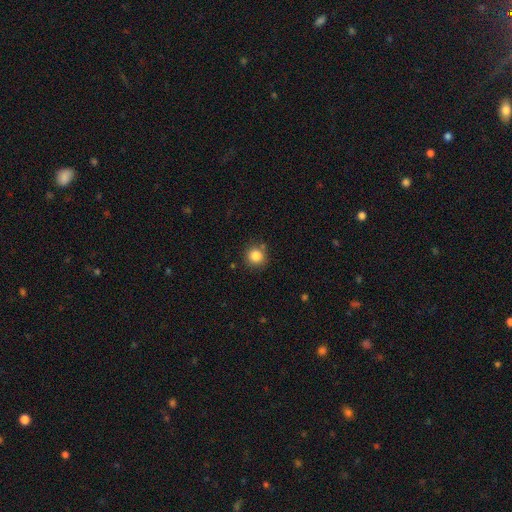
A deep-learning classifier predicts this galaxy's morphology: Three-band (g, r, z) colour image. It shows a smooth galaxy with no disk features (84%) that is round (93%). Merging: none (82%).